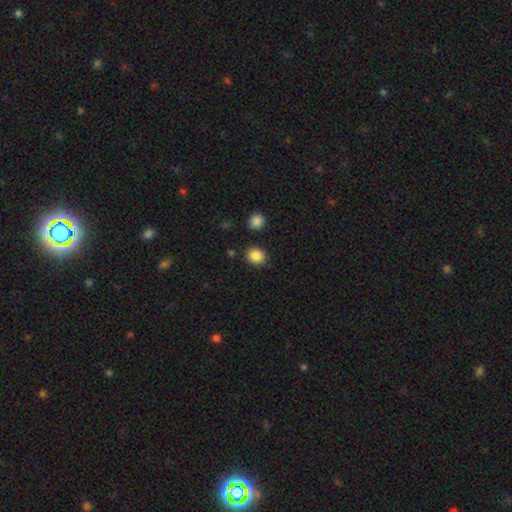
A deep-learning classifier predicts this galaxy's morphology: This is clearly a smooth galaxy (87%). How rounded: likely round (64%). Merging: clearly none (84%).